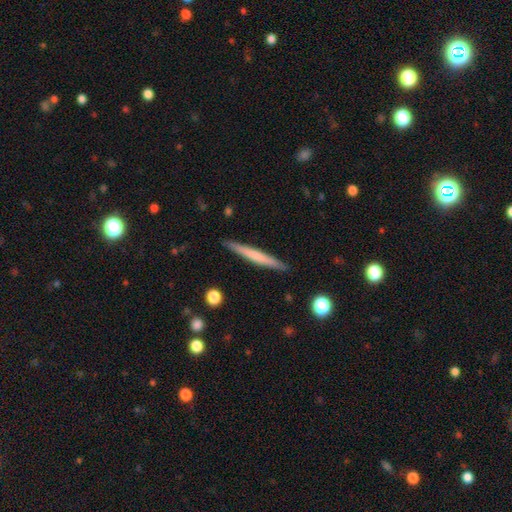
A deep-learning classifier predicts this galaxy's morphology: smooth 56%, featured or disk 39%, star or artifact 5%. Down the decision tree: how rounded — cigar-shaped (96%); merging — none (90%).